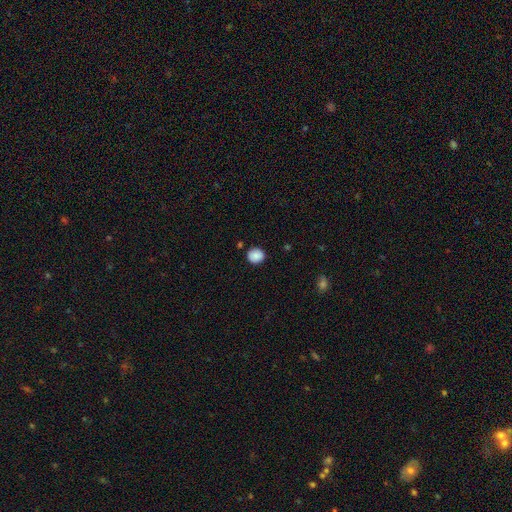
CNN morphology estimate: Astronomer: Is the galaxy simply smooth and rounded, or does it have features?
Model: smooth — 88%.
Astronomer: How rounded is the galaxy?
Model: round — 86%.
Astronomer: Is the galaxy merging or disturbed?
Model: none — 87%.